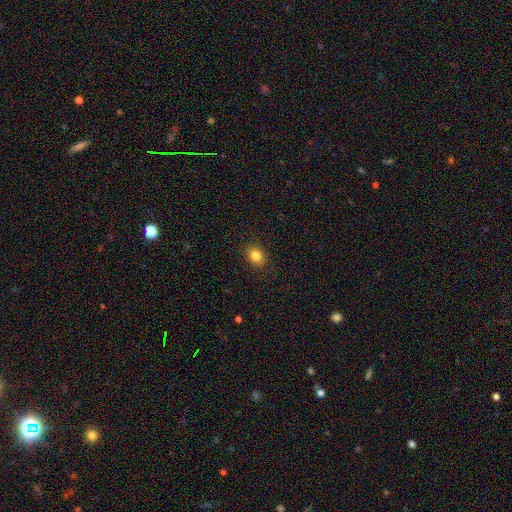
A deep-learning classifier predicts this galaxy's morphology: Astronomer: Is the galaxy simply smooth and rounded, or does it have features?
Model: smooth — 84%.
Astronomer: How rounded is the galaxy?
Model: round — 51% (runner-up: in between, 48%).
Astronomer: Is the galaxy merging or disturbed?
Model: none — 89%.